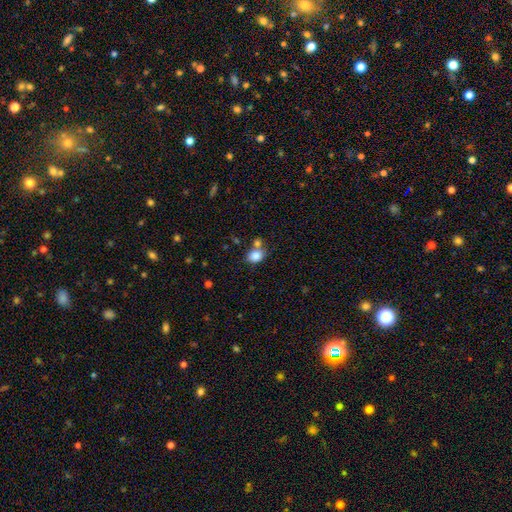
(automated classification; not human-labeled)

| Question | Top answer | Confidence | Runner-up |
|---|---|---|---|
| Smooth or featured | smooth | 84% | star or artifact (10%) |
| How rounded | in between | 60% | round (39%) |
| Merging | none | 57% | merger (25%) |